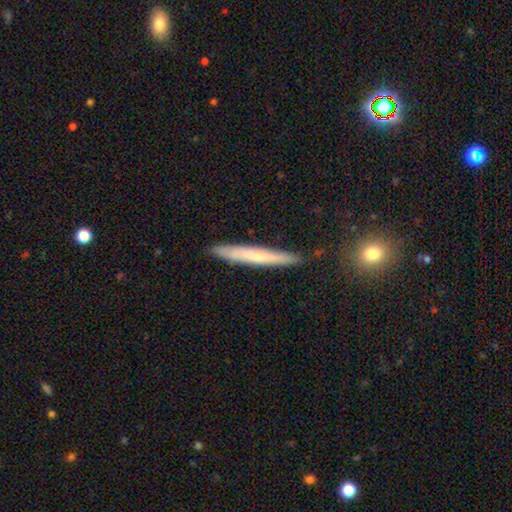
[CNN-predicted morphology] A smooth galaxy with no disk features (56%) that is cigar-shaped (96%).

Vote fractions:
- Smooth or featured? smooth: 56% / featured or disk: 37% / star or artifact: 6%
- How rounded? cigar-shaped: 96% / in between: 3% / round: 1%
- Merging? none: 86% / minor disturbance: 11% / major disturbance: 2% / merger: 2%